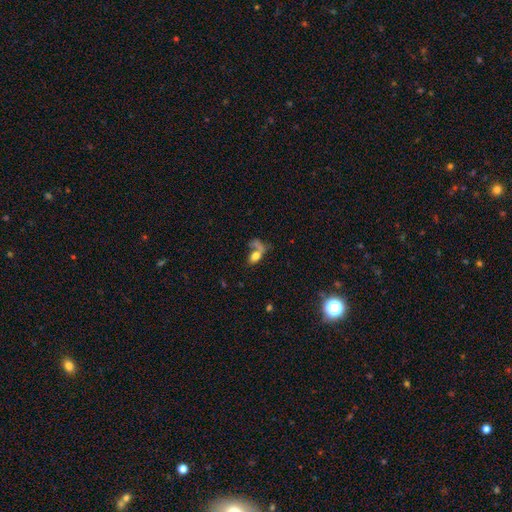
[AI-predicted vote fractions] This appears to be a smooth galaxy with no disk features (66%) that is in between round and cigar-shaped (77%). Merging: merger (39%).